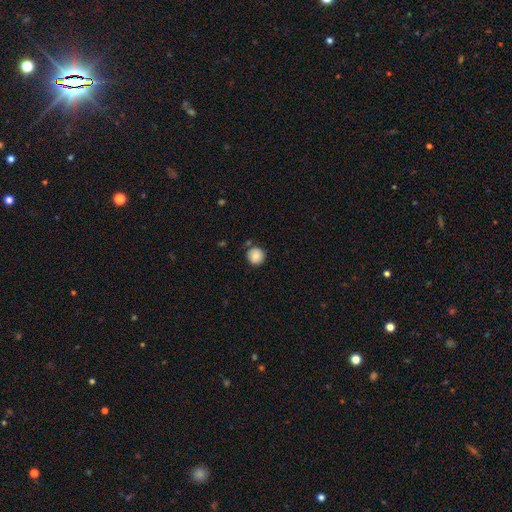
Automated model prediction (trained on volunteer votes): This appears to be a smooth galaxy with no disk features (86%) that is round (93%). Merging: none (82%).